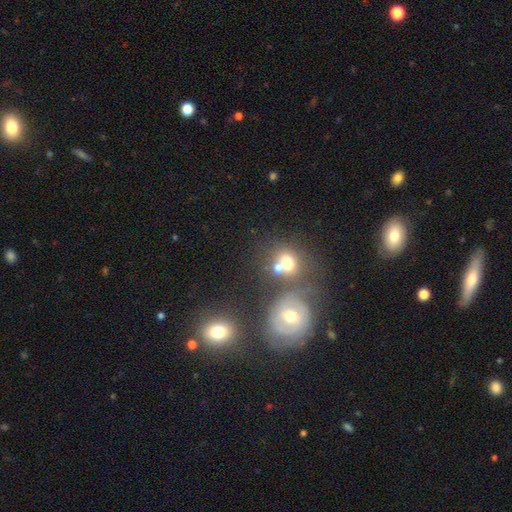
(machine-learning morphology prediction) Smooth or featured?
  - smooth: 42% *
  - star or artifact: 34%
  - featured or disk: 24%
Merging?
  - none: 60% *
  - merger: 25%
  - minor disturbance: 10%
  - major disturbance: 5%